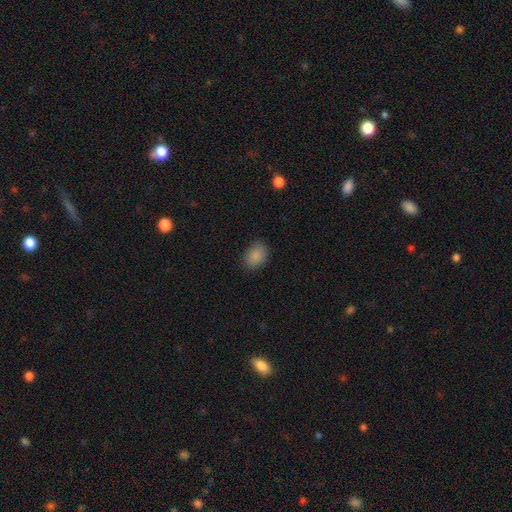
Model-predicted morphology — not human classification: type=smooth (87%); roundness=in between (77%); merging=none (85%).